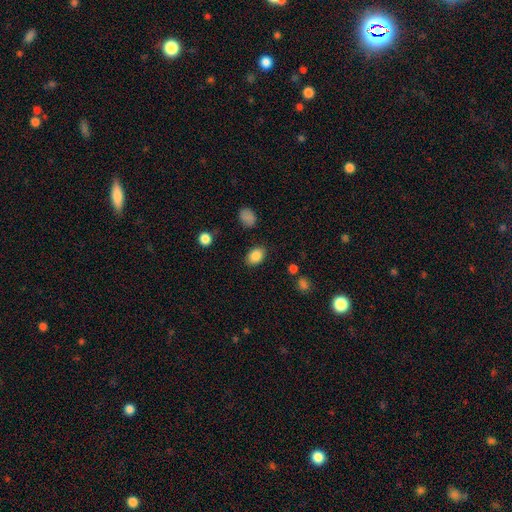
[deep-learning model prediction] This appears to be a smooth galaxy with no disk features (86%) that is in between round and cigar-shaped (80%). Merging: none (85%).